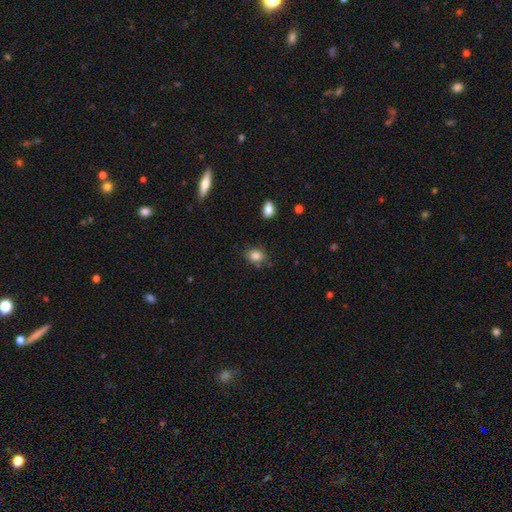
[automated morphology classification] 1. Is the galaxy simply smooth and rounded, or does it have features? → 84% smooth, 10% star or artifact, 6% featured or disk.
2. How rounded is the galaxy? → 50% in between, 48% round, 1% cigar-shaped.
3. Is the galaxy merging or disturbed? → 77% none, 17% minor disturbance, 3% merger, 3% major disturbance.